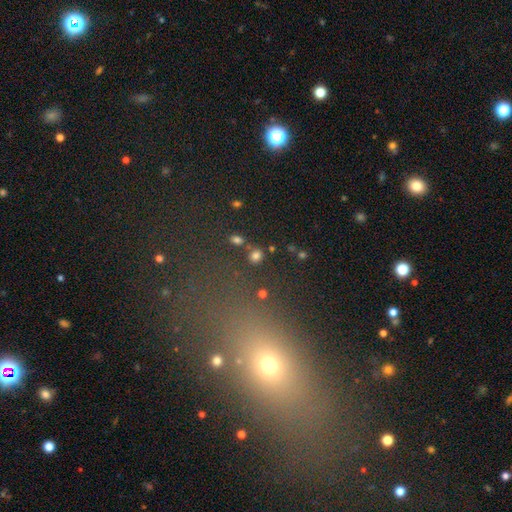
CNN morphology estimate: A smooth galaxy with no disk features (79%) that is round (76%). Merging: none (75%).